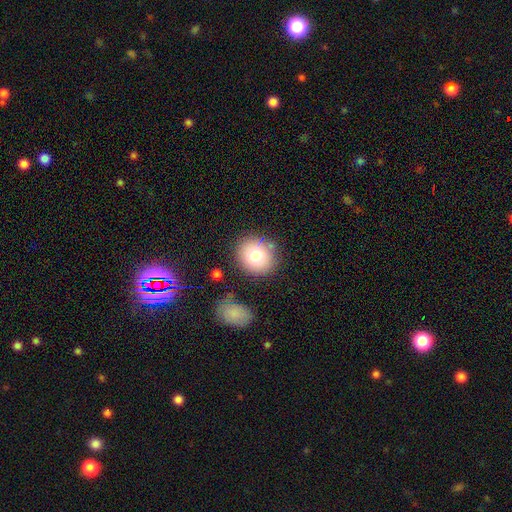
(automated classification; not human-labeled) smooth-or-featured: smooth: 77% | featured or disk: 12% | star or artifact: 10%
  how-rounded: round: 76% | in between: 23% | cigar-shaped: 1%
  merging: none: 80% | minor disturbance: 11% | merger: 5% | major disturbance: 4%